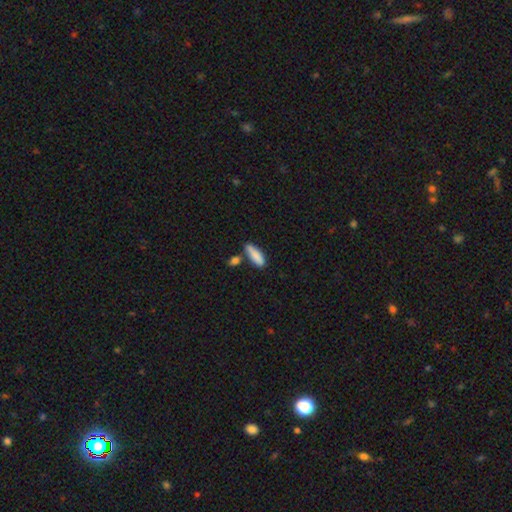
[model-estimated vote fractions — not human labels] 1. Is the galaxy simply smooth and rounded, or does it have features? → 86% smooth, 8% featured or disk, 6% star or artifact.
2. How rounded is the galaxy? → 53% in between, 45% cigar-shaped, 2% round.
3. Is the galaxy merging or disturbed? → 61% none, 18% minor disturbance, 17% merger, 4% major disturbance.